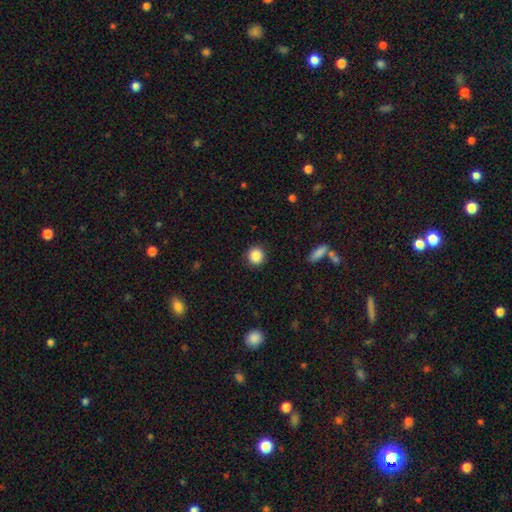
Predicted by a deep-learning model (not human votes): This appears to be a smooth galaxy with no disk features (88%) that is round (91%). Merging: none (91%).